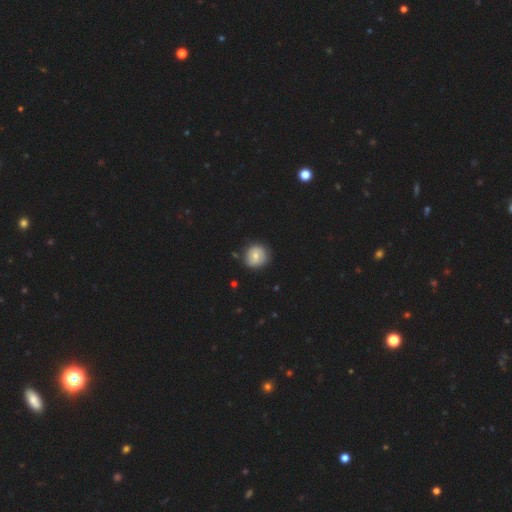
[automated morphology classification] smooth_or_featured: smooth (p=0.58) [alt: featured or disk p=0.35]
how_rounded: round (p=0.87) [alt: in between p=0.12]
merging: none (p=0.81) [alt: minor disturbance p=0.14]